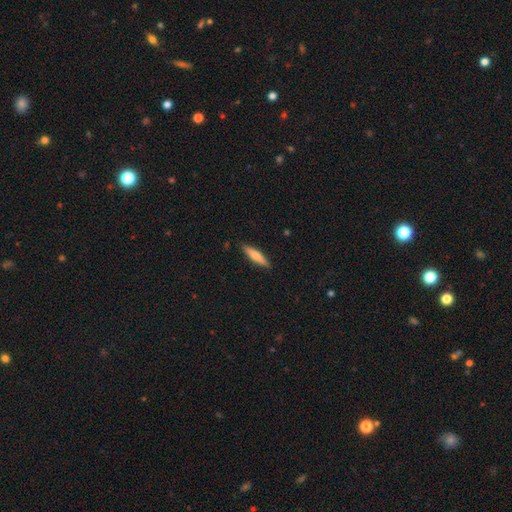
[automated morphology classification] Smooth or featured? smooth (66%)
How rounded? cigar-shaped (83%)
Merging? none (88%)